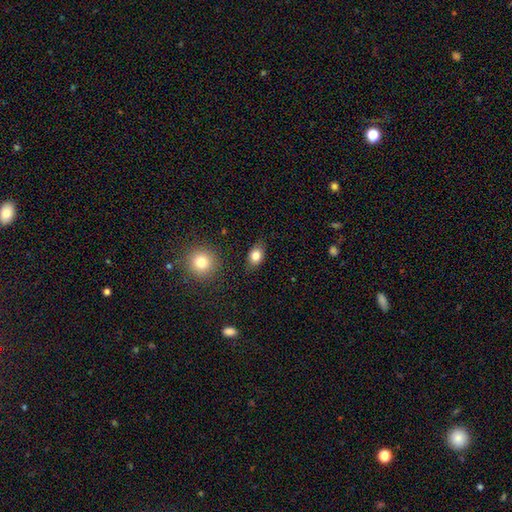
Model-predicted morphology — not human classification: Smooth or featured? Predicted: smooth (p=0.80). How rounded? Predicted: in between (p=0.74). Merging? Predicted: none (p=0.83).